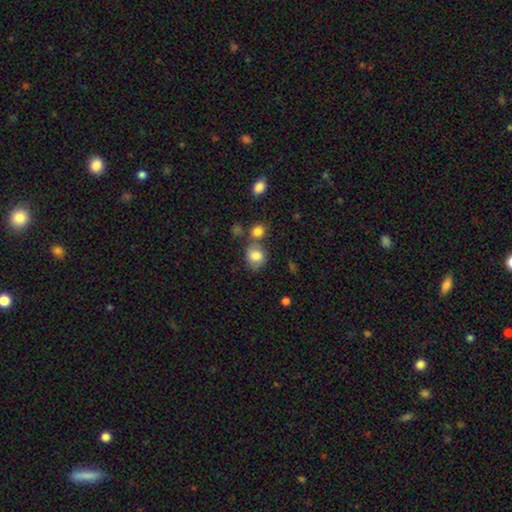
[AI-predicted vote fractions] smooth_or_featured: smooth (p=0.80) [alt: featured or disk p=0.11]
how_rounded: round (p=0.64) [alt: in between p=0.35]
merging: none (p=0.58) [alt: merger p=0.19]